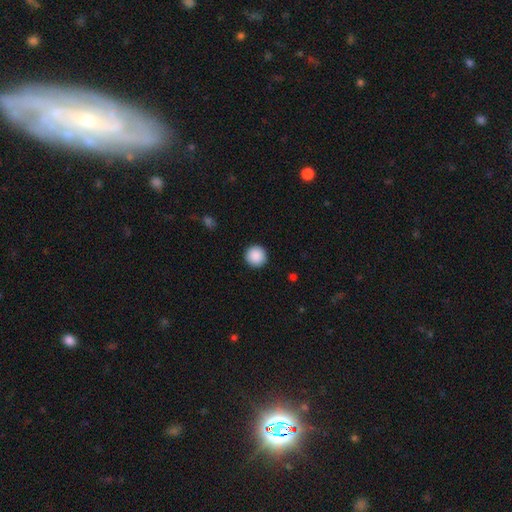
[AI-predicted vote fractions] smooth-or-featured: smooth: 90% | star or artifact: 8% | featured or disk: 3%
  how-rounded: round: 96% | in between: 3% | cigar-shaped: 1%
  merging: none: 93% | minor disturbance: 4% | major disturbance: 2% | merger: 1%